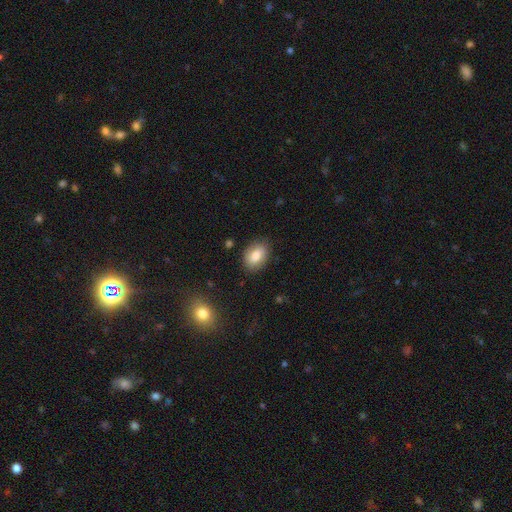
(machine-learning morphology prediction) smooth 82%, featured or disk 10%, star or artifact 8%. Down the decision tree: how rounded — in between (83%); merging — none (84%).